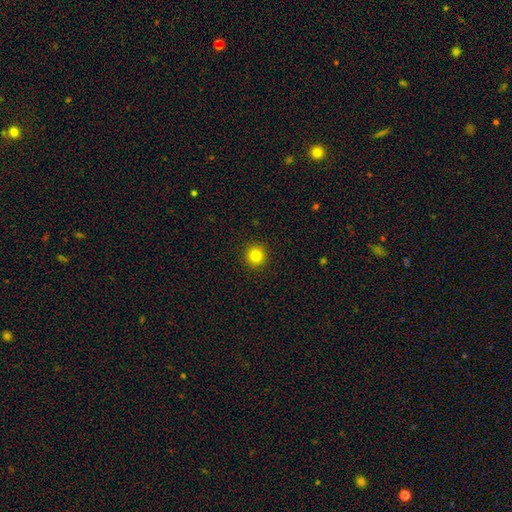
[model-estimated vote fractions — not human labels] A smooth galaxy with no disk features (82%) that is round (94%). Merging: none (93%).